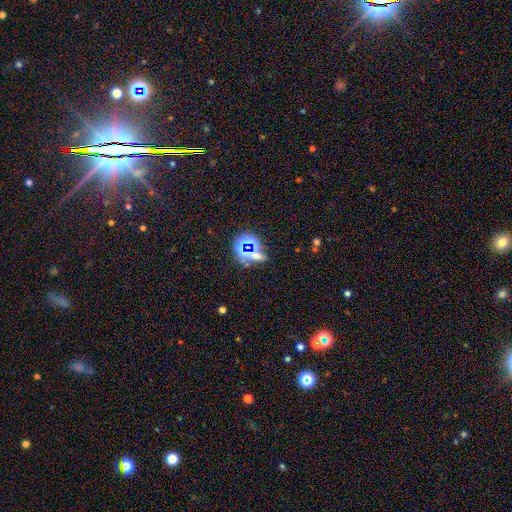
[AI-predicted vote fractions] Q: Smooth or featured?
A: star or artifact (62%); runner-up: smooth (27%)